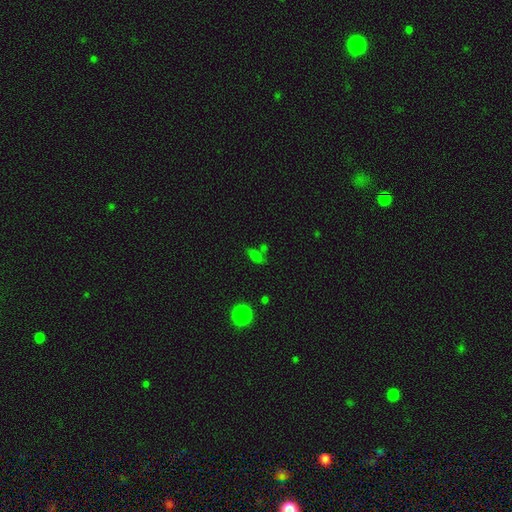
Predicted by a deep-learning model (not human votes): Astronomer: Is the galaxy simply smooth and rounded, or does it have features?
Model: smooth — 67%.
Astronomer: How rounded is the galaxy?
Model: in between — 75%.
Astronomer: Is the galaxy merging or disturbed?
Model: none — 53%.